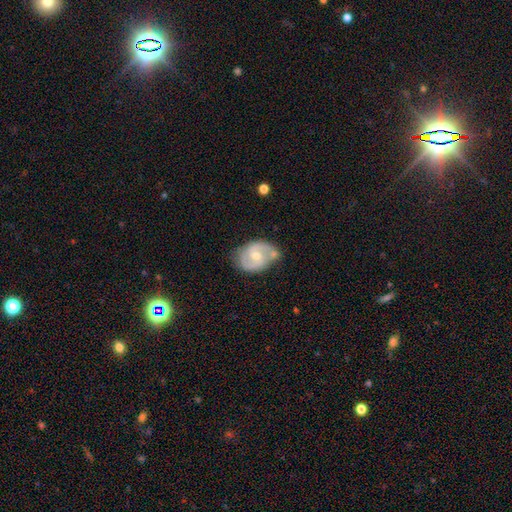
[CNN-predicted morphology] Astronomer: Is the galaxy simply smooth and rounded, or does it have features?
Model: featured or disk — 76%.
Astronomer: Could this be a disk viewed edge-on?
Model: no — 97%.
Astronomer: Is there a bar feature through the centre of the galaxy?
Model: weak — 49% (runner-up: no, 42%).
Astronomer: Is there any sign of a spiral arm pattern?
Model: yes — 89%.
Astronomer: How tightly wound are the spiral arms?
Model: medium — 53% (runner-up: tight, 29%).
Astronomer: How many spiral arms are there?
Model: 2 — 84%.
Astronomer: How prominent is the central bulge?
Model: moderate — 56% (runner-up: small, 39%).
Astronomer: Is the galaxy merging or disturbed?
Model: none — 57%.